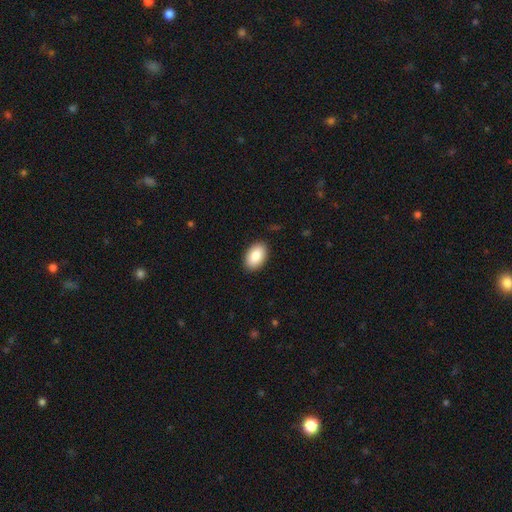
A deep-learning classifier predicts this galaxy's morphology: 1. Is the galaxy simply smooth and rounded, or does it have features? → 87% smooth, 6% featured or disk, 6% star or artifact.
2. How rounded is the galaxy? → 92% in between, 7% round, 1% cigar-shaped.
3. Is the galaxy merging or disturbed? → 90% none, 8% minor disturbance, 2% major disturbance, 1% merger.